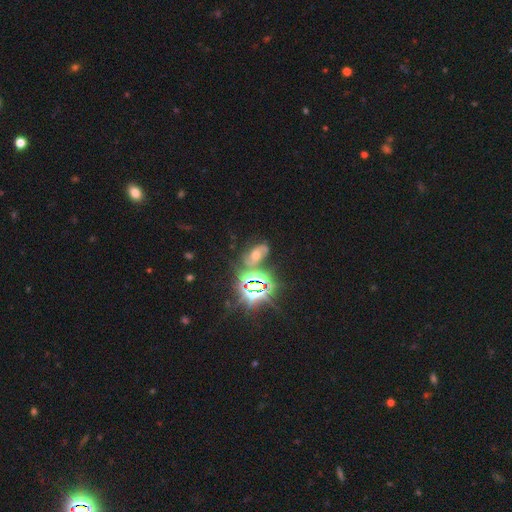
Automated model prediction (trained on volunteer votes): Overall: star or artifact (58%; featured or disk 26%).